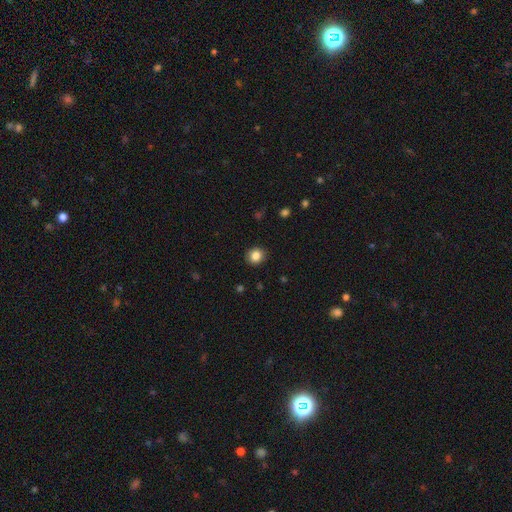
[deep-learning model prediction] This is clearly a smooth galaxy (85%). How rounded: clearly round (82%). Merging: clearly none (90%).